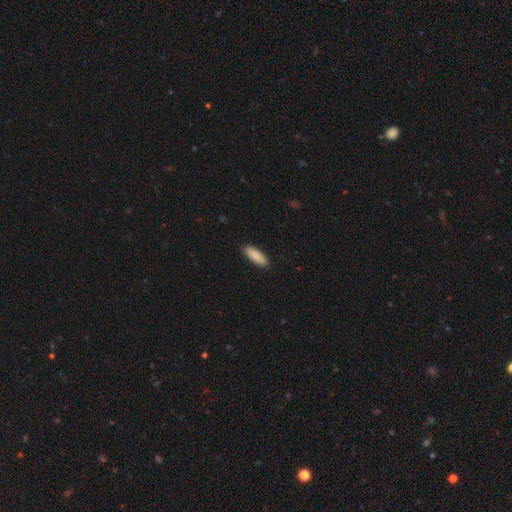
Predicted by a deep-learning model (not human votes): This appears to be a smooth galaxy with no disk features (87%) that is in between round and cigar-shaped (67%). Merging: none (90%).